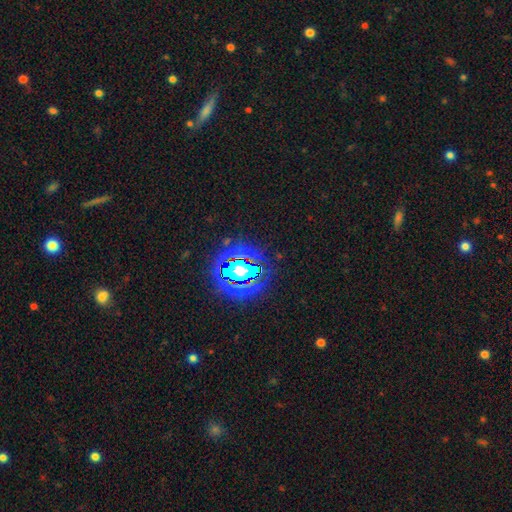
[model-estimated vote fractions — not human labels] Morphology: type=star or artifact (83%).